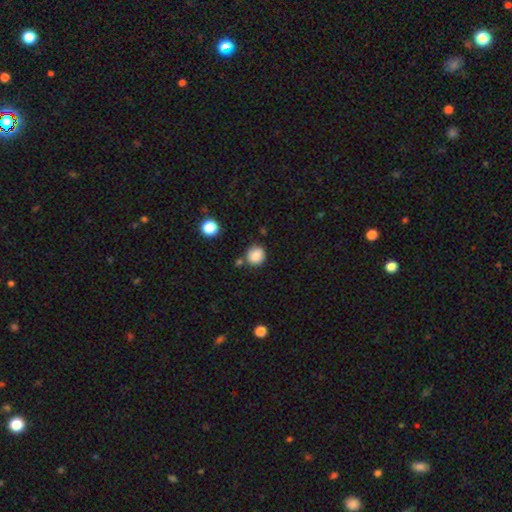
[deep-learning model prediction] Smooth or featured: smooth — 86% (star or artifact — 10%)
How rounded: round — 87% (in between — 12%)
Merging: none — 78% (minor disturbance — 13%)